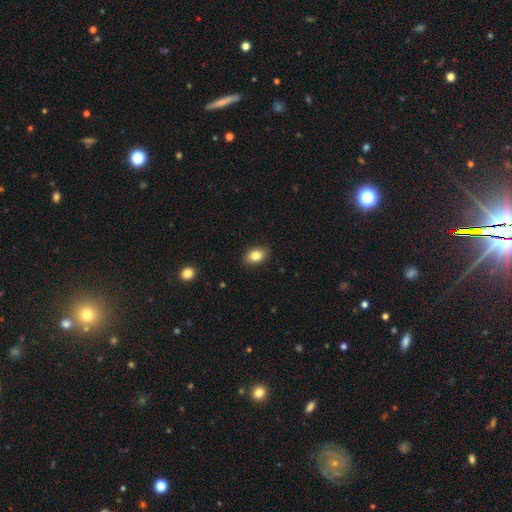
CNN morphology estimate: The model was most divided on "how rounded": in between: 79%, round: 19%, cigar-shaped: 1%. More confident: merging — none (87%); smooth or featured — smooth (83%).